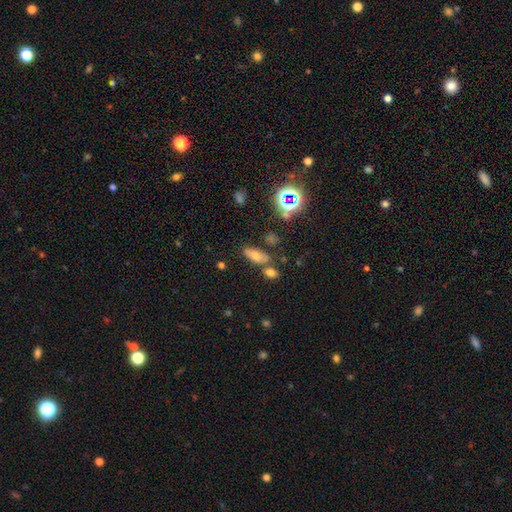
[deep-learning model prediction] The model was most divided on "smooth or featured": smooth: 56%, star or artifact: 27%, featured or disk: 17%. More confident: how rounded — in between (72%); merging — none (65%).